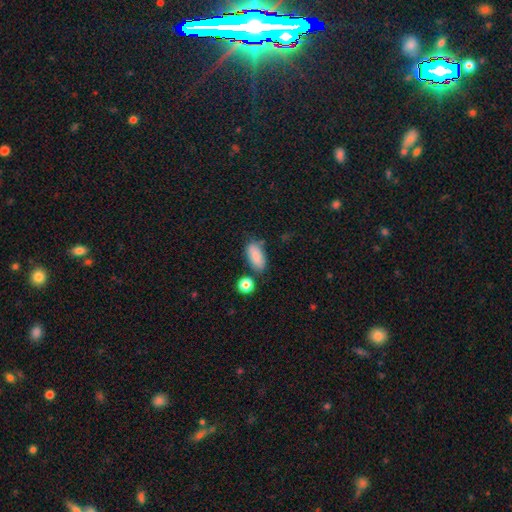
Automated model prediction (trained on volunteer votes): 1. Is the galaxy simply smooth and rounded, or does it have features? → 87% smooth, 8% star or artifact, 6% featured or disk.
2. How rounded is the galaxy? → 88% in between, 8% cigar-shaped, 4% round.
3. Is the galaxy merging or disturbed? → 69% none, 19% minor disturbance, 8% merger, 5% major disturbance.